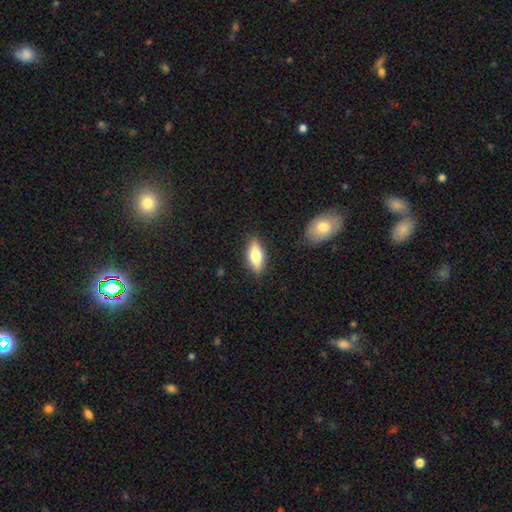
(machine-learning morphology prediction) Smooth or featured? smooth (64%)
How rounded? in between (73%)
Merging? none (85%)